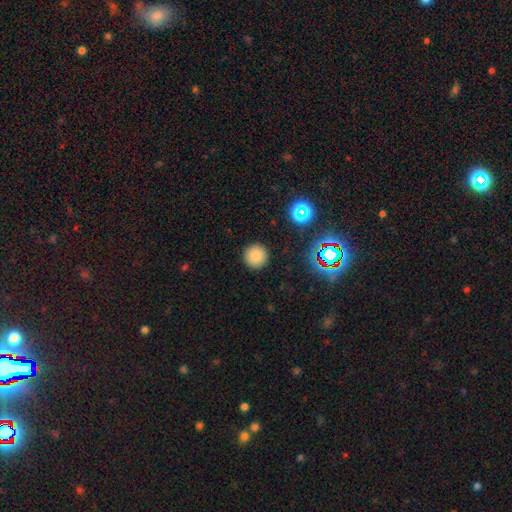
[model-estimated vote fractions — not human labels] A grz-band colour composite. It shows a smooth galaxy with no disk features (81%) that is round (96%). Merging: none (91%).